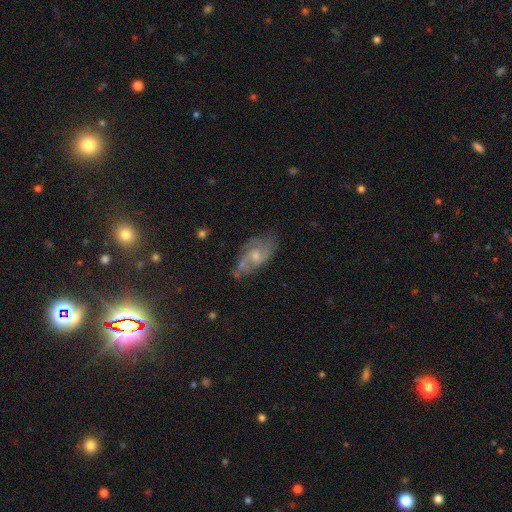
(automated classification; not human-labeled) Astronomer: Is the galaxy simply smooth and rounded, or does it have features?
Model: featured or disk — 69%.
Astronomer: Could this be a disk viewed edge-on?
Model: no — 94%.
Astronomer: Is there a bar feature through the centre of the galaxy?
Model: no — 64%.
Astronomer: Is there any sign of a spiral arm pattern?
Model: yes — 89%.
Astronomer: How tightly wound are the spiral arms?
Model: medium — 47% (runner-up: tight, 30%).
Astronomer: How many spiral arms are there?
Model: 2 — 50%.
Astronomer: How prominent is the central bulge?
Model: small — 48% (runner-up: moderate, 44%).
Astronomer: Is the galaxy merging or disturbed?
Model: none — 64%.